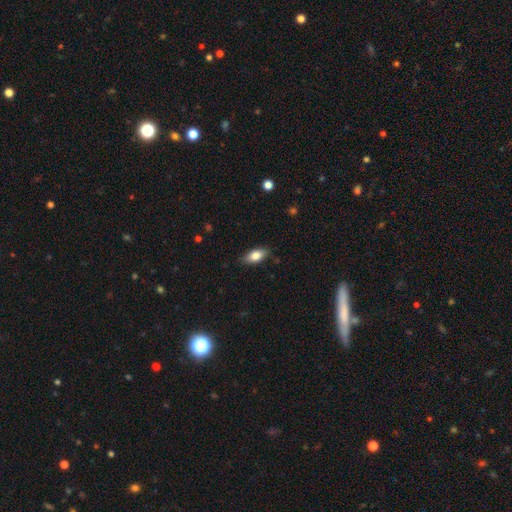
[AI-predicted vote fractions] Q: Smooth or featured?
A: smooth (79%); runner-up: featured or disk (14%)
Q: How rounded?
A: in between (87%); runner-up: cigar-shaped (9%)
Q: Merging?
A: none (84%); runner-up: minor disturbance (13%)